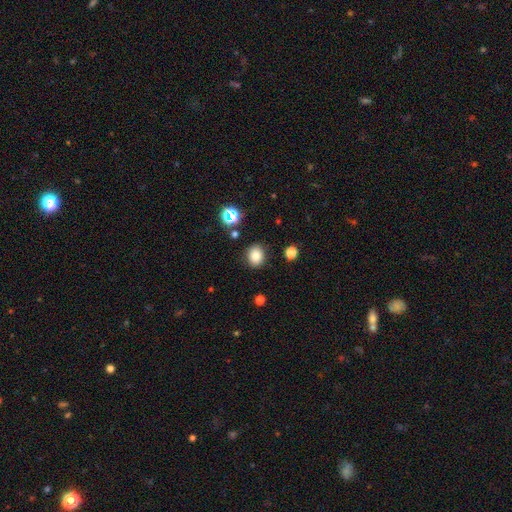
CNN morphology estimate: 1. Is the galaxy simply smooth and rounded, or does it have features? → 81% smooth, 13% star or artifact, 6% featured or disk.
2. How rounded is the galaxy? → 68% round, 31% in between, 1% cigar-shaped.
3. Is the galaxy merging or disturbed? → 86% none, 9% minor disturbance, 3% major disturbance, 2% merger.